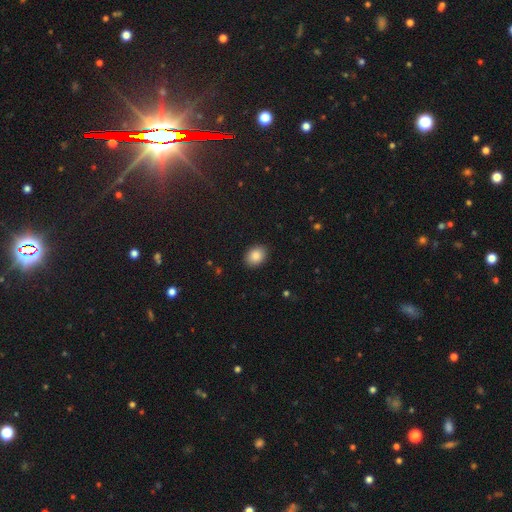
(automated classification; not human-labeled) smooth 86%, star or artifact 8%, featured or disk 5%. Down the decision tree: how rounded — in between (71%); merging — none (89%).